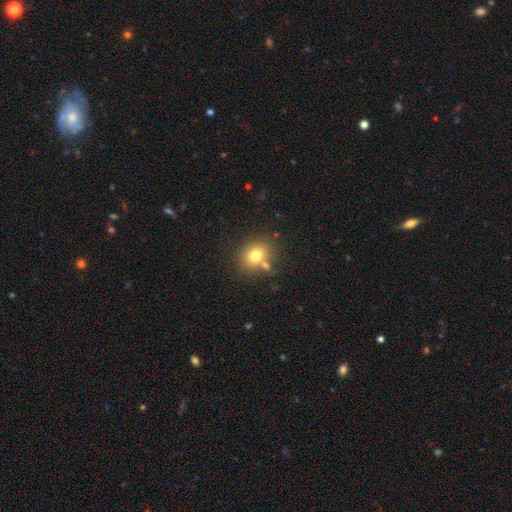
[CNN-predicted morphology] Q: Smooth or featured?
A: smooth (76%); runner-up: featured or disk (12%)
Q: How rounded?
A: round (55%); runner-up: in between (44%)
Q: Merging?
A: none (66%); runner-up: merger (17%)